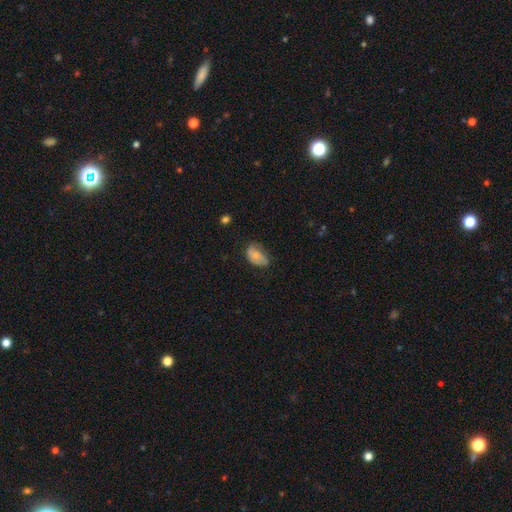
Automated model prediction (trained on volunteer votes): Smooth or featured?
  - smooth: 55% *
  - featured or disk: 36%
  - star or artifact: 8%
How rounded?
  - in between: 88% *
  - round: 10%
  - cigar-shaped: 2%
Merging?
  - none: 41% *
  - minor disturbance: 38%
  - major disturbance: 18%
  - merger: 3%